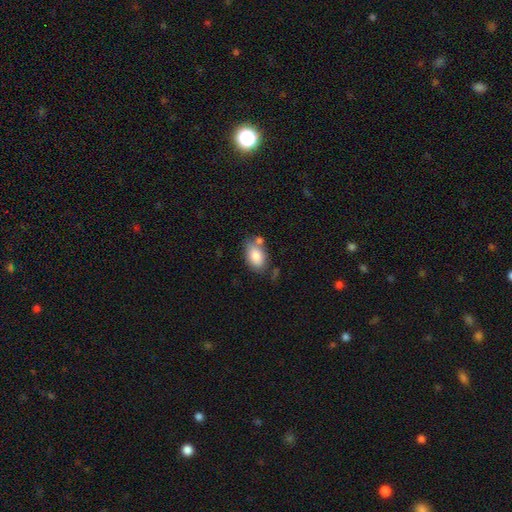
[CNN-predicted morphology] smooth_or_featured: smooth (p=0.84) [alt: featured or disk p=0.09]
how_rounded: in between (p=0.90) [alt: round p=0.08]
merging: none (p=0.59) [alt: minor disturbance p=0.19]